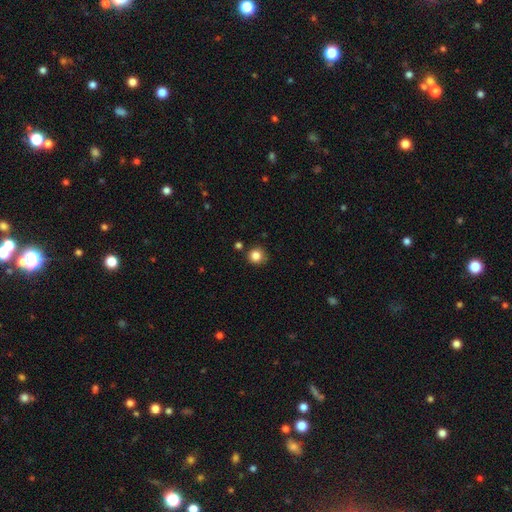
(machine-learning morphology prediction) A smooth galaxy with no disk features (84%) that is round (93%).

Vote fractions:
- Smooth or featured? smooth: 84% / star or artifact: 11% / featured or disk: 5%
- How rounded? round: 93% / in between: 6% / cigar-shaped: 1%
- Merging? none: 84% / minor disturbance: 10% / merger: 4% / major disturbance: 2%